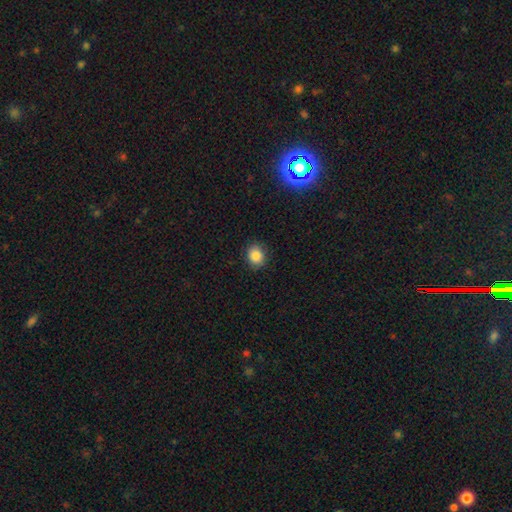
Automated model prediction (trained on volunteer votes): smooth 86%, star or artifact 9%, featured or disk 4%. Down the decision tree: how rounded — round (64%); merging — none (86%).